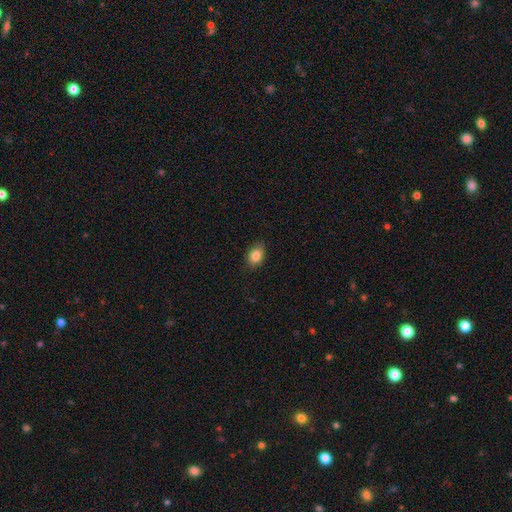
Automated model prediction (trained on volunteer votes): Smooth or featured? Predicted: smooth (p=0.86). How rounded? Predicted: in between (p=0.79). Merging? Predicted: none (p=0.86).